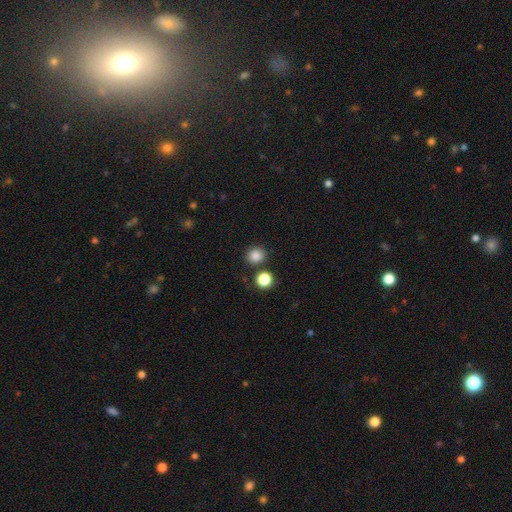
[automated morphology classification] Smooth or featured: smooth — 85% (star or artifact — 12%)
How rounded: round — 87% (in between — 12%)
Merging: none — 83% (merger — 7%)